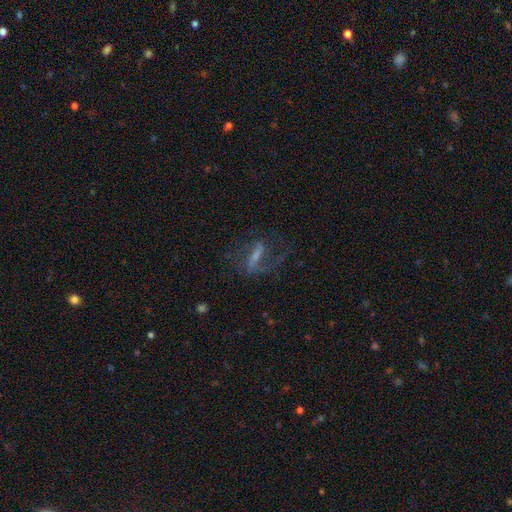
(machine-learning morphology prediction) Smooth or featured? Predicted: featured or disk (p=0.66). Edge-on disk? Predicted: no (p=0.80). Bar? Predicted: strong (p=0.59). Spiral arms? Predicted: yes (p=0.80). Bulge size? Predicted: small (p=0.36). Merging? Predicted: none (p=0.59).